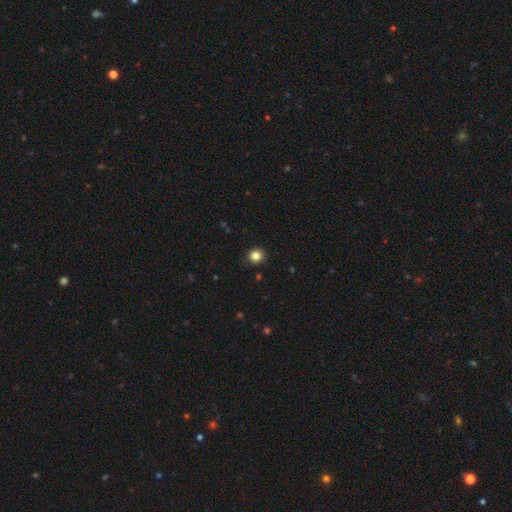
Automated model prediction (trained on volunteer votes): A smooth galaxy with no disk features (84%) that is round (90%).

Vote fractions:
- Smooth or featured? smooth: 84% / star or artifact: 11% / featured or disk: 5%
- How rounded? round: 90% / in between: 10% / cigar-shaped: 1%
- Merging? none: 90% / minor disturbance: 7% / major disturbance: 2% / merger: 1%